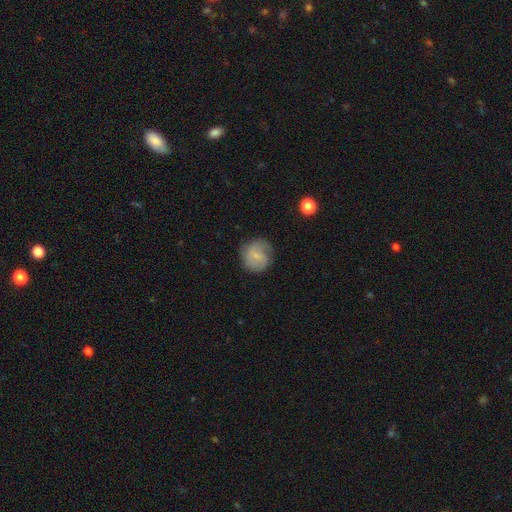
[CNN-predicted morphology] A smooth galaxy with no disk features (59%) that is round (85%).

Vote fractions:
- Smooth or featured? smooth: 59% / featured or disk: 34% / star or artifact: 8%
- How rounded? round: 85% / in between: 14% / cigar-shaped: 1%
- Merging? none: 67% / minor disturbance: 21% / major disturbance: 11% / merger: 1%